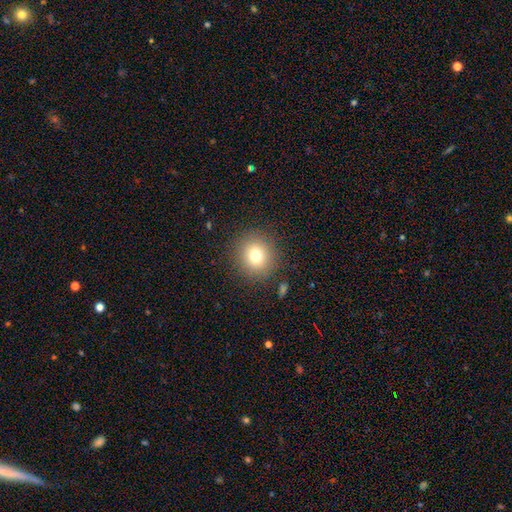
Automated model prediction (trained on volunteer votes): This appears to be a smooth galaxy with no disk features (75%) that is round (91%). Merging: none (88%).